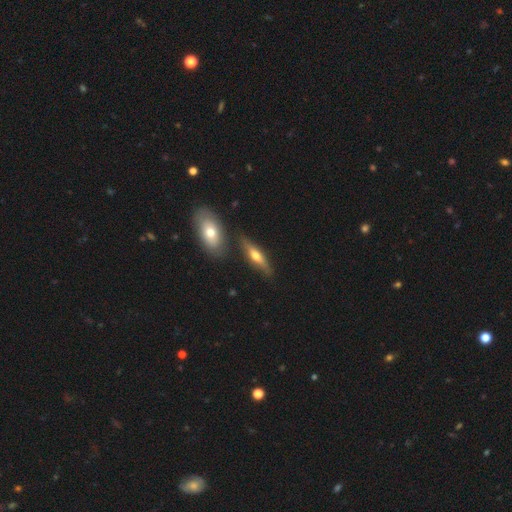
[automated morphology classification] type=smooth (48%); merging=none (79%).